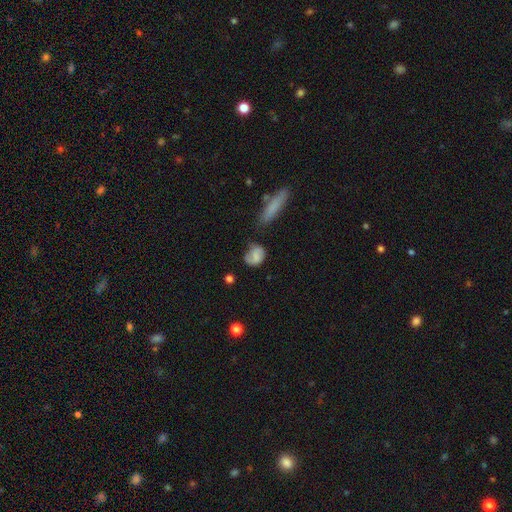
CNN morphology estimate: Smooth or featured: smooth — 68% (featured or disk — 23%)
How rounded: round — 50% (in between — 46%)
Merging: none — 52% (minor disturbance — 31%)